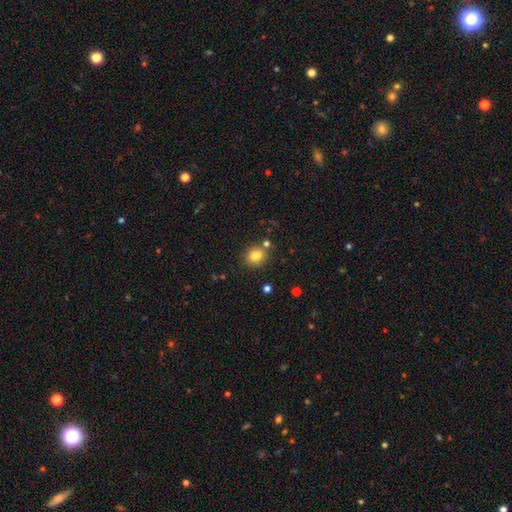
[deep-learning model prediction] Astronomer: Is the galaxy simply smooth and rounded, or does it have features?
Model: smooth — 81%.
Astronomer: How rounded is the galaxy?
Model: round — 77%.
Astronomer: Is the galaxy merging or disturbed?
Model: none — 80%.